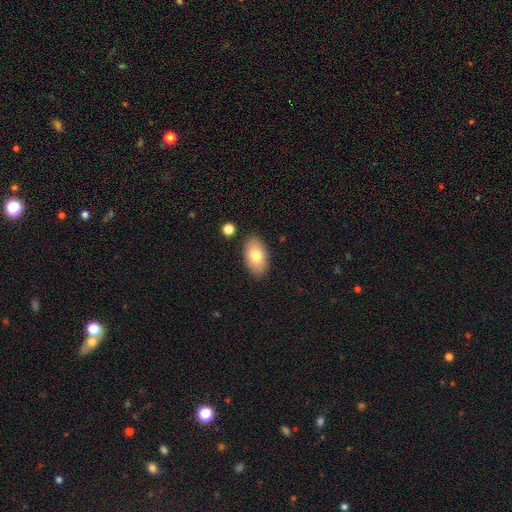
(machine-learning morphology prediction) smooth_or_featured: smooth (p=0.77) [alt: featured or disk p=0.16]
how_rounded: in between (p=0.93) [alt: round p=0.05]
merging: none (p=0.86) [alt: minor disturbance p=0.10]